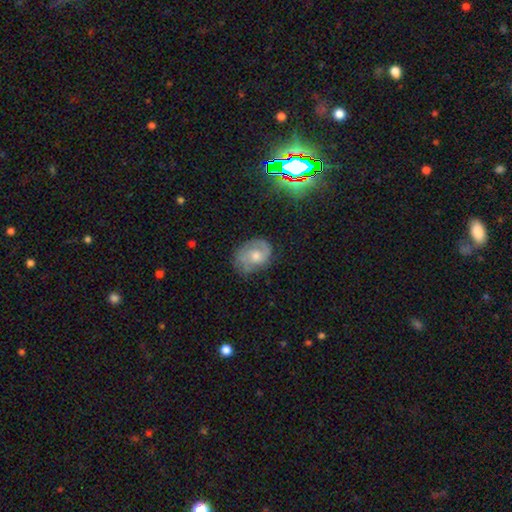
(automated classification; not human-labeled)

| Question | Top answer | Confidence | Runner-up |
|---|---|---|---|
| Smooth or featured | featured or disk | 60% | smooth (29%) |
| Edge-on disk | no | 96% | yes (4%) |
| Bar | no | 70% | weak (25%) |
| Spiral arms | yes | 85% | no (15%) |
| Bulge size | moderate | 62% | small (26%) |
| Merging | none | 65% | minor disturbance (24%) |